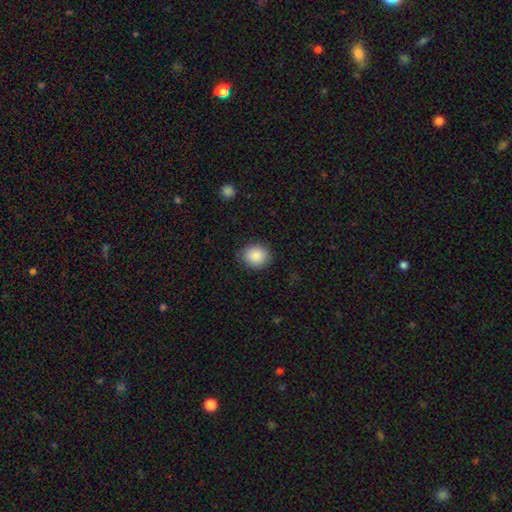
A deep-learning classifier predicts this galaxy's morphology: Q: Smooth or featured?
A: smooth (89%); runner-up: star or artifact (8%)
Q: How rounded?
A: round (76%); runner-up: in between (24%)
Q: Merging?
A: none (87%); runner-up: minor disturbance (9%)